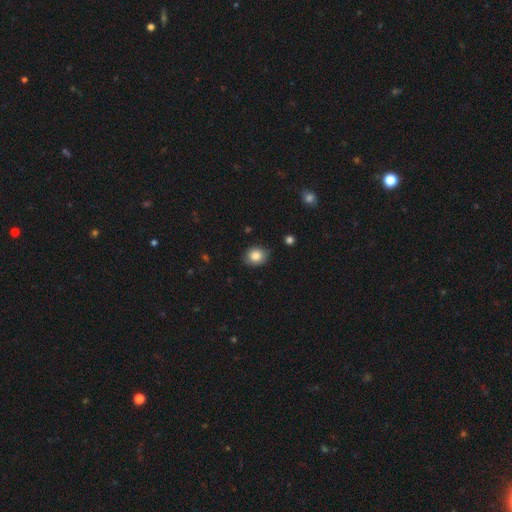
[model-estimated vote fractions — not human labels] A smooth galaxy with no disk features (84%) that is round (63%).

Vote fractions:
- Smooth or featured? smooth: 84% / star or artifact: 9% / featured or disk: 7%
- How rounded? round: 63% / in between: 36% / cigar-shaped: 1%
- Merging? none: 80% / minor disturbance: 16% / major disturbance: 3% / merger: 1%